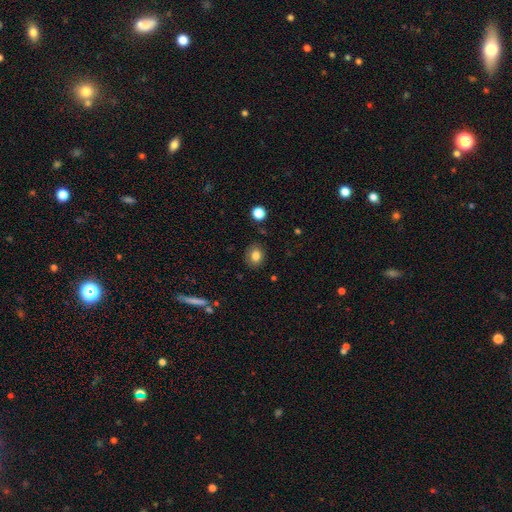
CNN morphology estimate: smooth_or_featured: smooth (p=0.81) [alt: star or artifact p=0.10]
how_rounded: round (p=0.57) [alt: in between p=0.41]
merging: none (p=0.84) [alt: minor disturbance p=0.11]